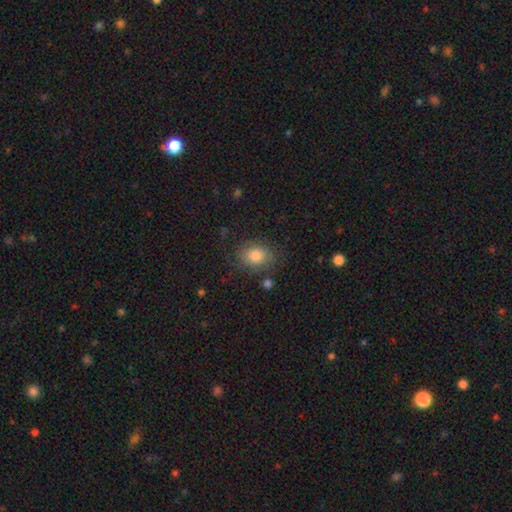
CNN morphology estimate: A smooth galaxy with no disk features (73%) that is in between round and cigar-shaped (50%). Merging: none (75%).